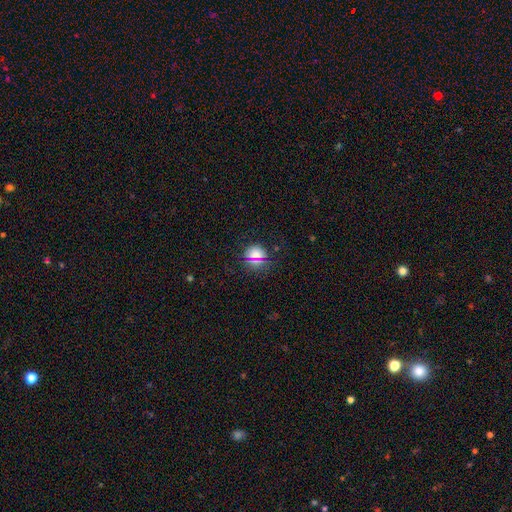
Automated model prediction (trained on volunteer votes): Smooth or featured: smooth — 65% (star or artifact — 28%)
How rounded: round — 86% (in between — 12%)
Merging: none — 83% (minor disturbance — 10%)